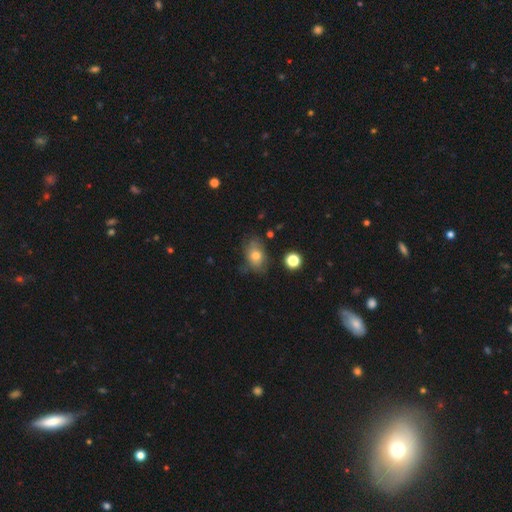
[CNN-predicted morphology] This appears to be a smooth galaxy with no disk features (70%) that is in between round and cigar-shaped (79%). Merging: none (60%).